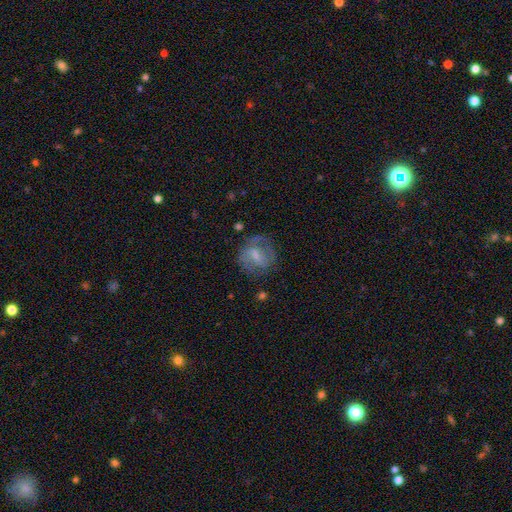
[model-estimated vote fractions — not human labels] Smooth or featured? Predicted: featured or disk (p=0.55). Edge-on disk? Predicted: no (p=0.96). Bar? Predicted: weak (p=0.52). Spiral arms? Predicted: yes (p=0.69). Bulge size? Predicted: small (p=0.42). Merging? Predicted: none (p=0.59).